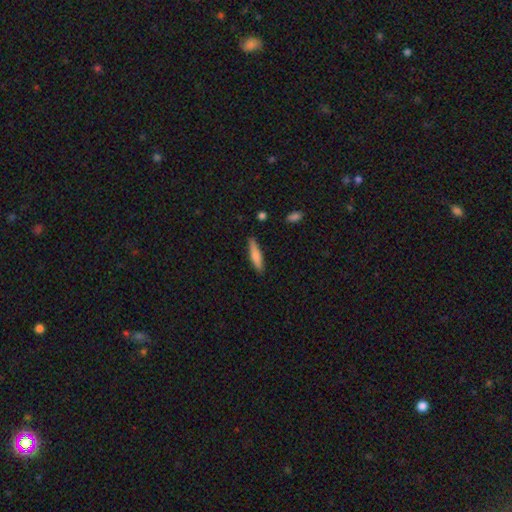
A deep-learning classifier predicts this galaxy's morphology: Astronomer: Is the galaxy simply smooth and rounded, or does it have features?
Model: smooth — 75%.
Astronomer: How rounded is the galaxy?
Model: cigar-shaped — 80%.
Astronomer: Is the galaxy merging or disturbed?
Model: none — 85%.